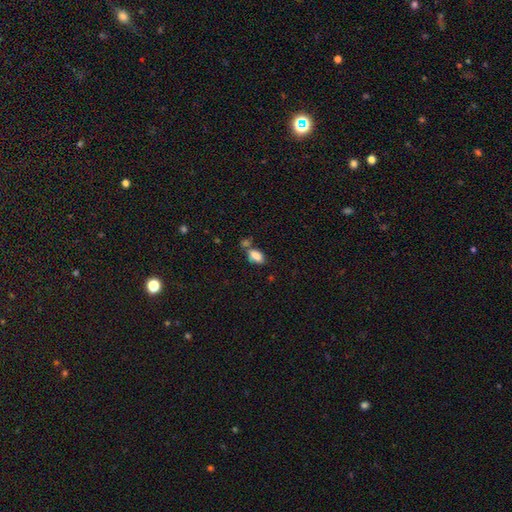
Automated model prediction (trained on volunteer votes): A smooth galaxy with no disk features (83%) that is in between round and cigar-shaped (89%).

Vote fractions:
- Smooth or featured? smooth: 83% / star or artifact: 9% / featured or disk: 8%
- How rounded? in between: 89% / round: 6% / cigar-shaped: 4%
- Merging? none: 49% / merger: 31% / minor disturbance: 15% / major disturbance: 5%